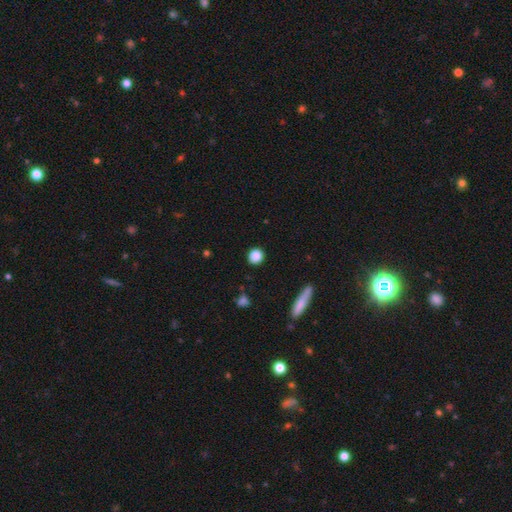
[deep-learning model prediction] Smooth or featured? Predicted: smooth (p=0.86). How rounded? Predicted: round (p=0.89). Merging? Predicted: none (p=0.90).